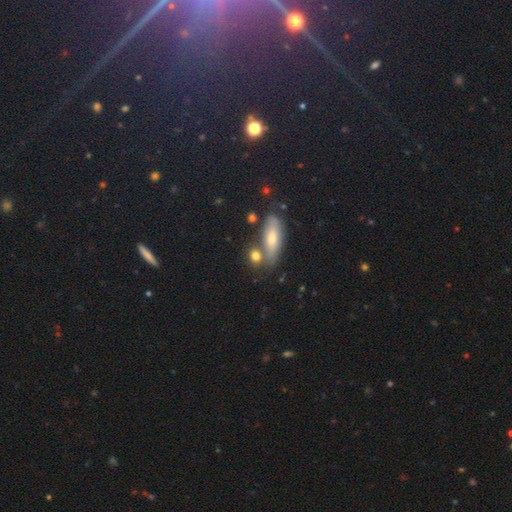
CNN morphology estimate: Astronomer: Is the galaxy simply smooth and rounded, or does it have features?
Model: smooth — 69%.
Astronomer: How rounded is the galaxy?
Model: in between — 45% (runner-up: round, 37%).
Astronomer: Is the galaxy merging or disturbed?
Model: none — 61%.